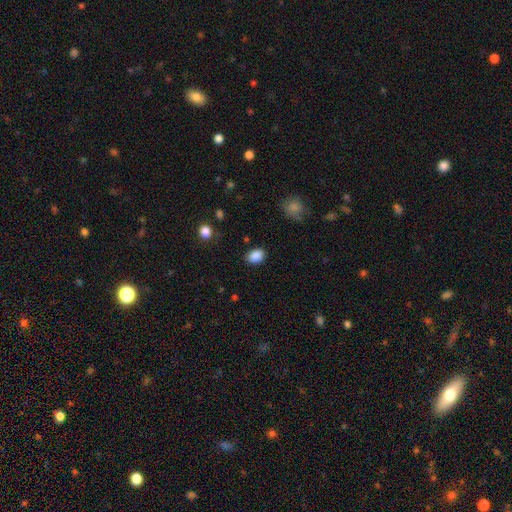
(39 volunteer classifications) Smooth or featured? 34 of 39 (87%) said smooth. How rounded? 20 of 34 (59%) said in between. Merging? 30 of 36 (83%) said none.